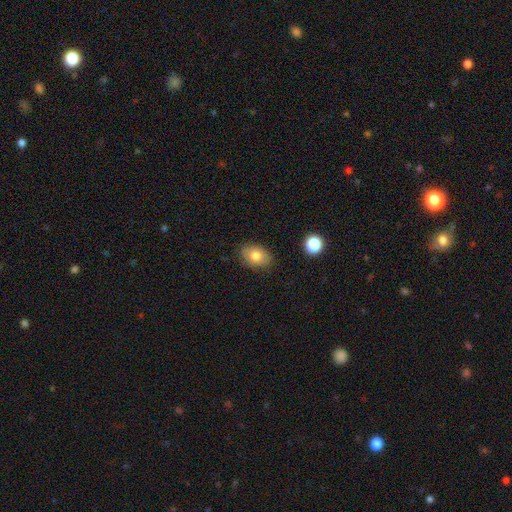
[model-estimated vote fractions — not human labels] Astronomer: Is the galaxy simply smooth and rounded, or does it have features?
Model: smooth — 77%.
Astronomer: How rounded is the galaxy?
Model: in between — 80%.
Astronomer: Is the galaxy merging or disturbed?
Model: none — 83%.